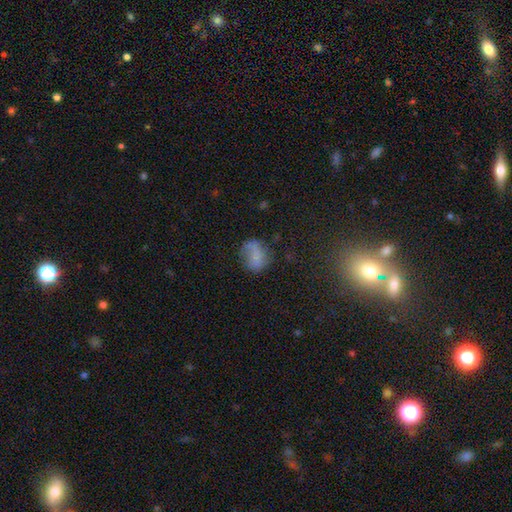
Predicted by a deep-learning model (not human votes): A smooth galaxy with no disk features (61%) that is in between round and cigar-shaped (53%). Merging: none (52%).